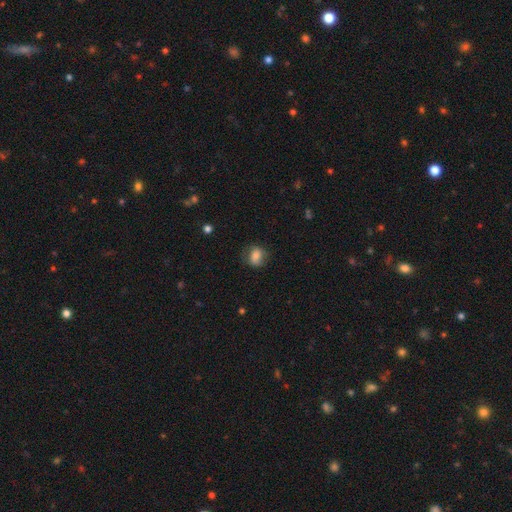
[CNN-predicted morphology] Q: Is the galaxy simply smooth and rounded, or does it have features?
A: smooth — 76%.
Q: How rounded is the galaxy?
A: in between — 49%, tied with round.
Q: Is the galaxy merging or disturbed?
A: none — 70%.